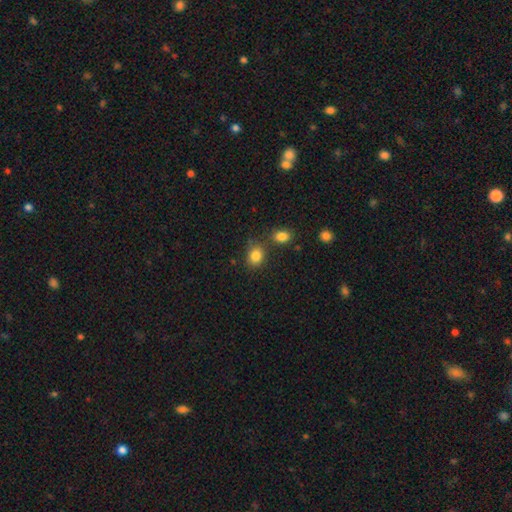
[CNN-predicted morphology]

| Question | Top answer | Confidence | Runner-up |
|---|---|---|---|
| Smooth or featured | smooth | 84% | star or artifact (10%) |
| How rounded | round | 50% | in between (49%) |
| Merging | none | 68% | minor disturbance (15%) |